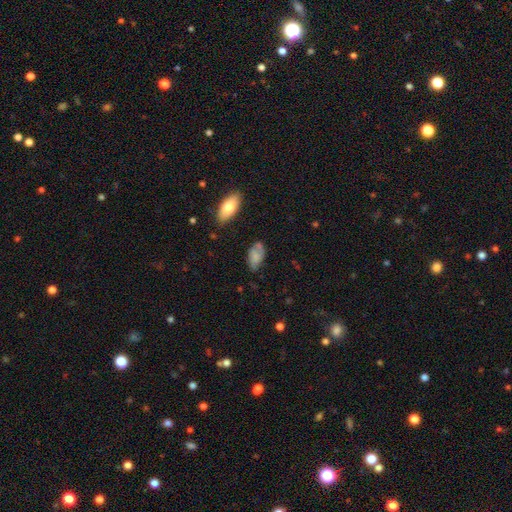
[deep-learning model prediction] smooth_or_featured: smooth (p=0.61) [alt: featured or disk p=0.31]
how_rounded: in between (p=0.91) [alt: round p=0.05]
merging: none (p=0.57) [alt: minor disturbance p=0.29]